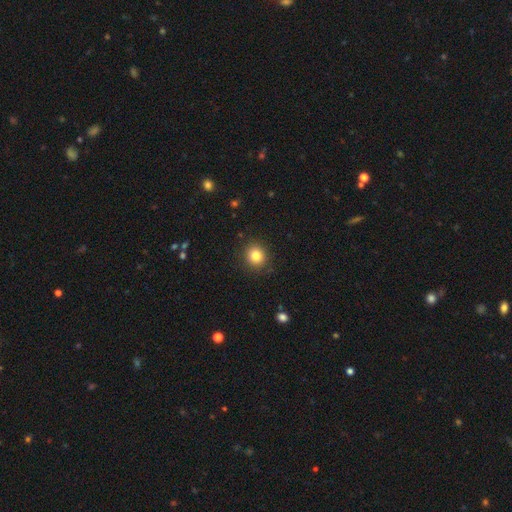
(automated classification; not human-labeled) This appears to be a smooth galaxy with no disk features (82%) that is round (85%). Merging: none (89%).